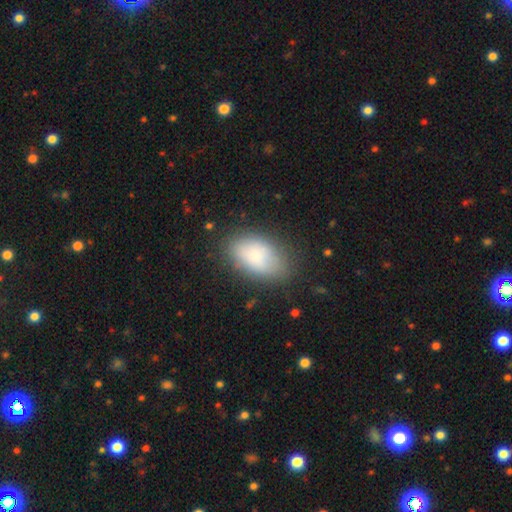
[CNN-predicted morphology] This appears to be a smooth galaxy with no disk features (82%) that is in between round and cigar-shaped (92%). Merging: none (73%).